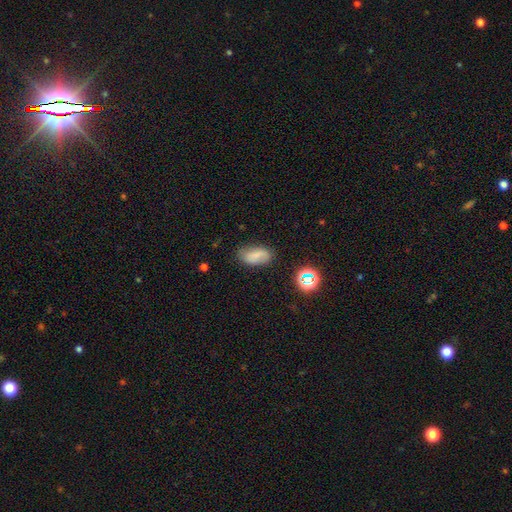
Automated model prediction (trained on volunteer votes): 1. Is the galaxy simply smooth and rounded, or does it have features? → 71% smooth, 17% featured or disk, 12% star or artifact.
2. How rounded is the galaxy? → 91% in between, 6% round, 3% cigar-shaped.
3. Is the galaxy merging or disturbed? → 73% none, 20% minor disturbance, 5% major disturbance, 2% merger.